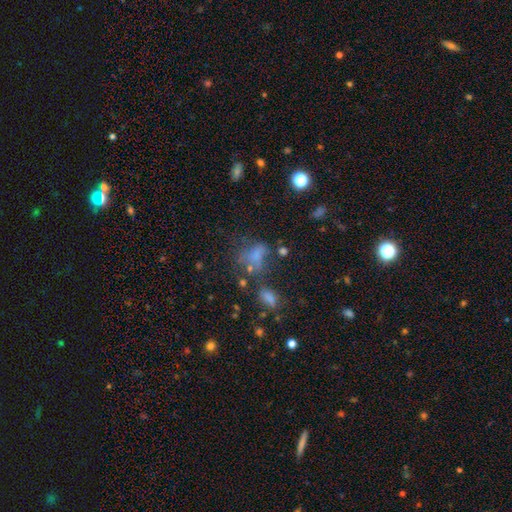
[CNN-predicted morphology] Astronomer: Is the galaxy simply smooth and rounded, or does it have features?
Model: smooth — 49% (runner-up: star or artifact, 30%).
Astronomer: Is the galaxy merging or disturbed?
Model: none — 40% (runner-up: major disturbance, 23%).